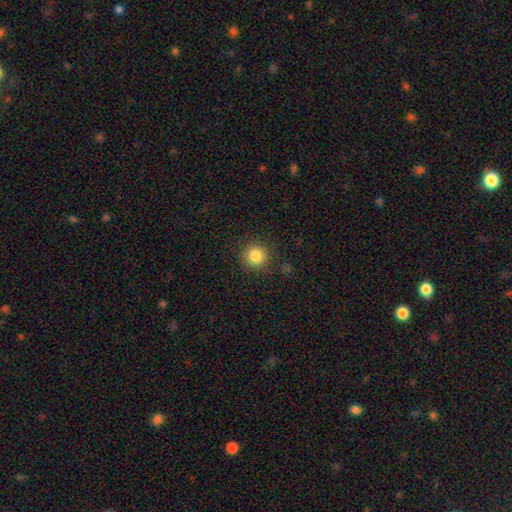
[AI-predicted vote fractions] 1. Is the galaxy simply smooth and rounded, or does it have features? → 85% smooth, 11% star or artifact, 5% featured or disk.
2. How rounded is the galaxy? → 93% round, 6% in between, 1% cigar-shaped.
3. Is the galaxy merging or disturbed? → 88% none, 7% minor disturbance, 3% major disturbance, 1% merger.